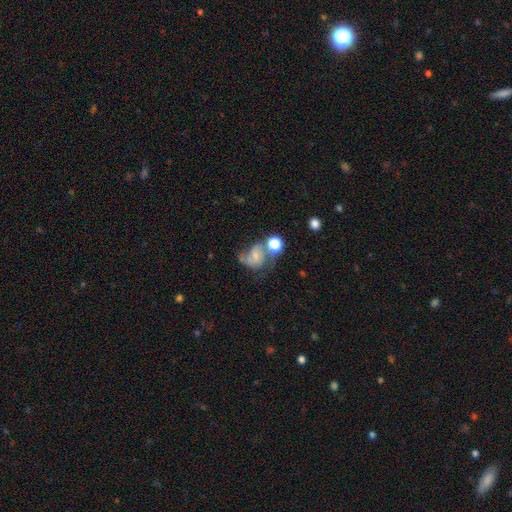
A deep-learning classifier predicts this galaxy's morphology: A featured or disk galaxy (47%). Merging: none (32%).